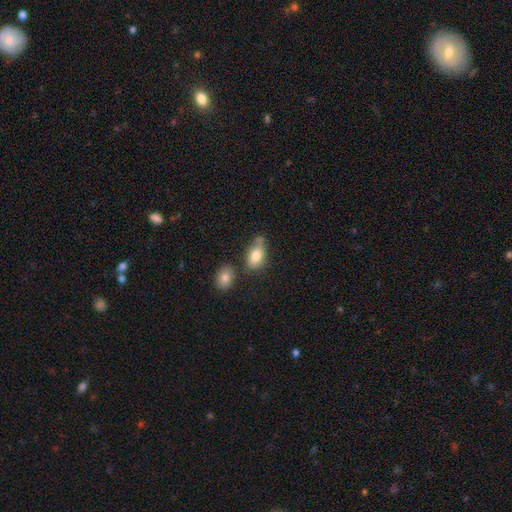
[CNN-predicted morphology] Smooth or featured?
  - smooth: 80% *
  - featured or disk: 12%
  - star or artifact: 8%
How rounded?
  - in between: 88% *
  - round: 8%
  - cigar-shaped: 4%
Merging?
  - none: 55% *
  - minor disturbance: 22%
  - merger: 17%
  - major disturbance: 6%